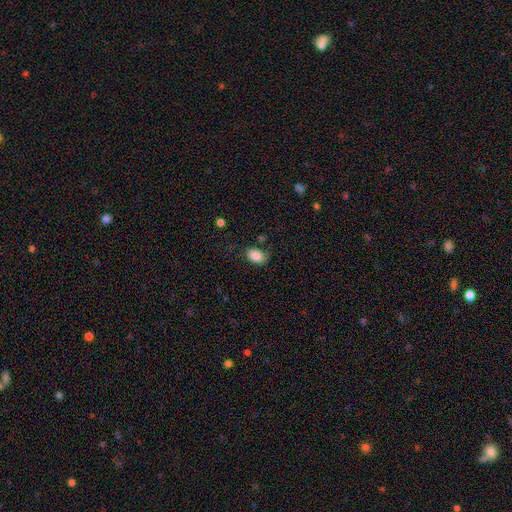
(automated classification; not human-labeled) Morphology: type=smooth (85%); roundness=in between (82%); merging=none (64%).